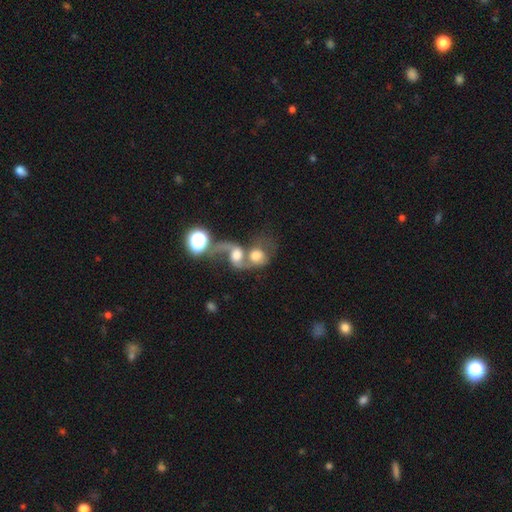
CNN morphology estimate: smooth-or-featured: featured or disk: 46% | smooth: 41% | star or artifact: 12%
  merging: merger: 76% | major disturbance: 10% | none: 9% | minor disturbance: 5%